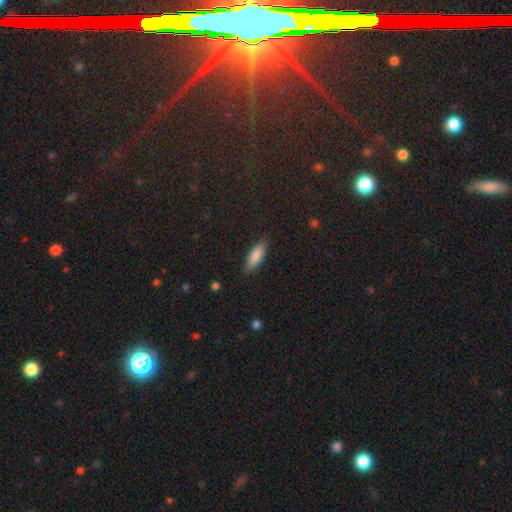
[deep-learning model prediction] The model was most divided on "how rounded": in between: 58%, cigar-shaped: 40%, round: 2%. More confident: merging — none (86%); smooth or featured — smooth (85%).